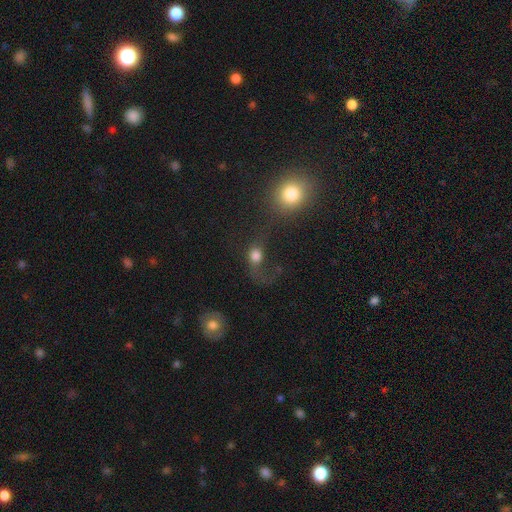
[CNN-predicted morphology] The model was most divided on "merging": major disturbance: 42%, none: 27%, merger: 18%, minor disturbance: 13%. More confident: how rounded — round (67%); smooth or featured — smooth (64%).